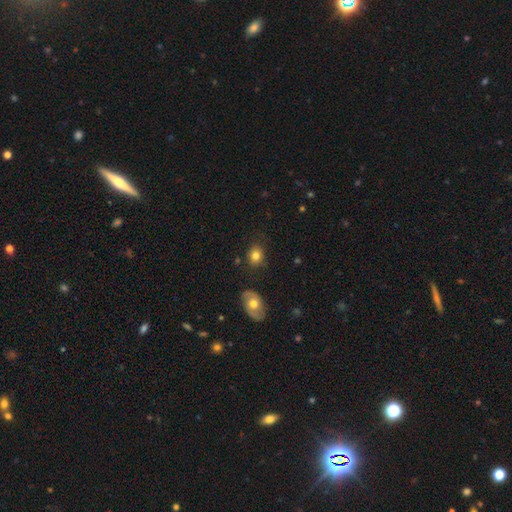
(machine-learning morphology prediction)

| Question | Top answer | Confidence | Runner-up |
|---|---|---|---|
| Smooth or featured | smooth | 81% | featured or disk (10%) |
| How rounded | round | 56% | in between (42%) |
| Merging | none | 80% | minor disturbance (13%) |